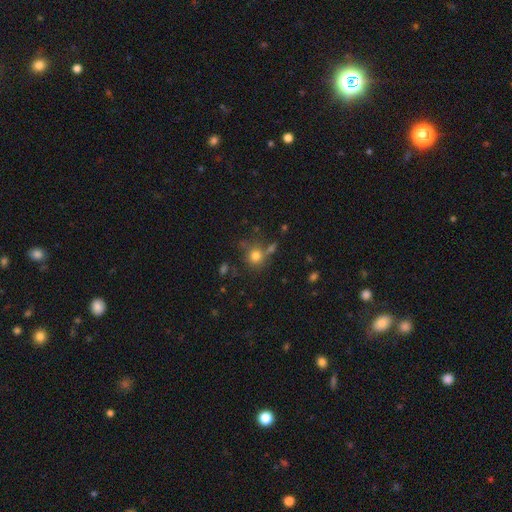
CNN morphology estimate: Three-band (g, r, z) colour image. It shows a smooth galaxy with no disk features (76%) that is round (87%). Merging: none (66%).